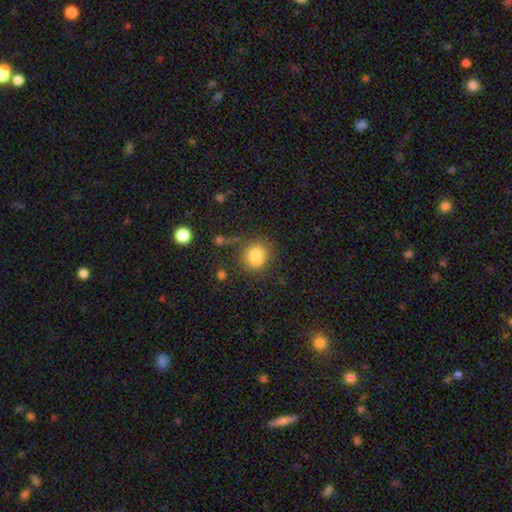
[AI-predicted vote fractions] Smooth or featured? Predicted: smooth (p=0.80). How rounded? Predicted: round (p=0.73). Merging? Predicted: none (p=0.60).